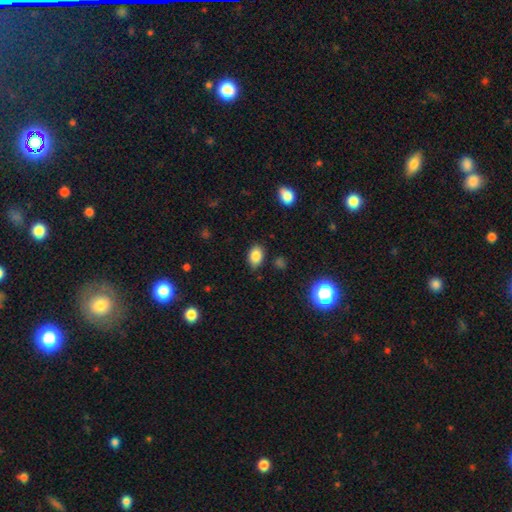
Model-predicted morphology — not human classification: Smooth or featured? Predicted: smooth (p=0.84). How rounded? Predicted: in between (p=0.82). Merging? Predicted: none (p=0.80).